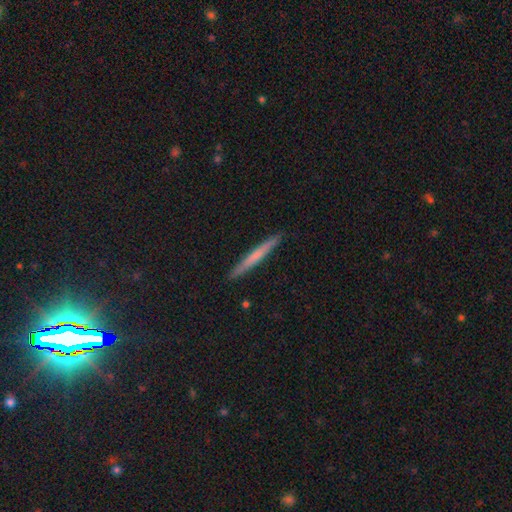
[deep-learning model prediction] Smooth or featured: smooth — 58% (featured or disk — 37%)
How rounded: cigar-shaped — 97% (in between — 2%)
Merging: none — 92% (minor disturbance — 6%)